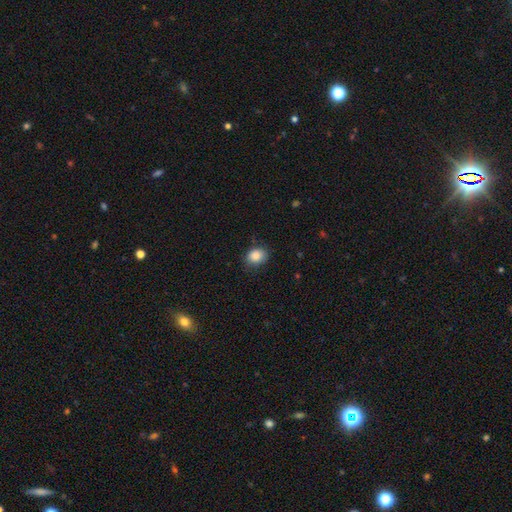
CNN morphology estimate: A smooth galaxy with no disk features (86%) that is round (52%).

Vote fractions:
- Smooth or featured? smooth: 86% / star or artifact: 9% / featured or disk: 5%
- How rounded? round: 52% / in between: 48% / cigar-shaped: 1%
- Merging? none: 75% / minor disturbance: 20% / major disturbance: 4% / merger: 1%